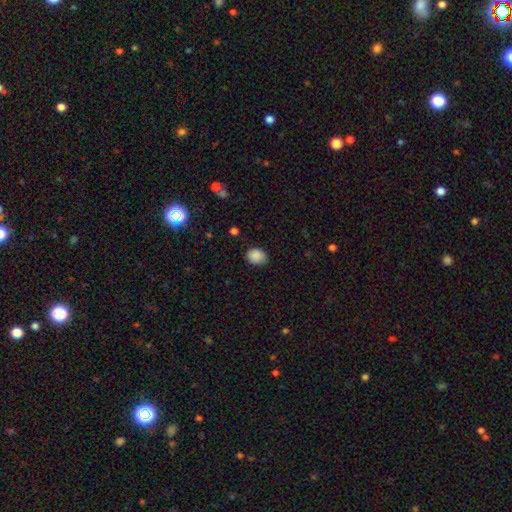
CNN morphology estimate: smooth 88%, star or artifact 8%, featured or disk 3%. Down the decision tree: how rounded — in between (54%); merging — none (82%).